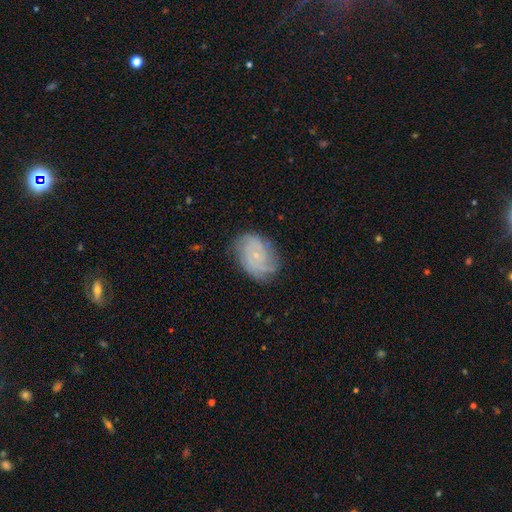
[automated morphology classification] featured or disk 70%, smooth 22%, star or artifact 8%. Down the decision tree: edge-on disk — no (97%); bar — no (77%); spiral arms — yes (91%); spiral arm count — can't tell (38%); spiral winding — tight (59%); bulge size — small (82%); merging — none (73%).